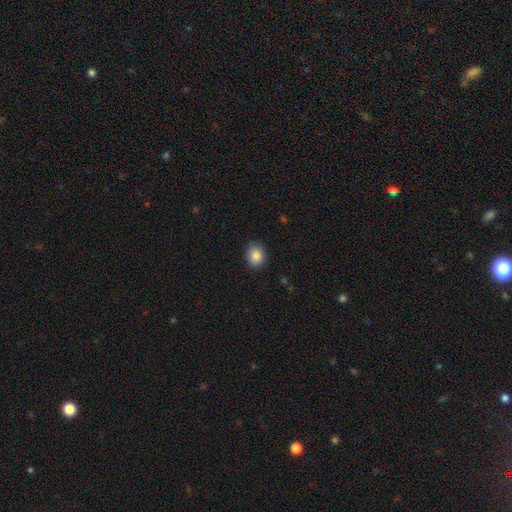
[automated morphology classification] The model was most divided on "how rounded": round: 54%, in between: 45%, cigar-shaped: 1%. More confident: smooth or featured — smooth (87%); merging — none (83%).